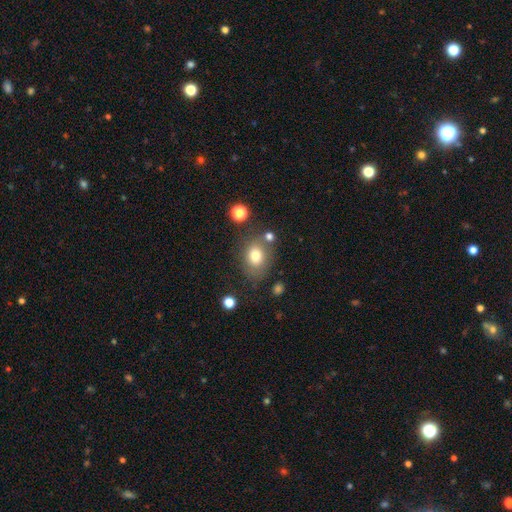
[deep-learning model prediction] A smooth galaxy with no disk features (77%) that is in between round and cigar-shaped (56%). Merging: none (66%).